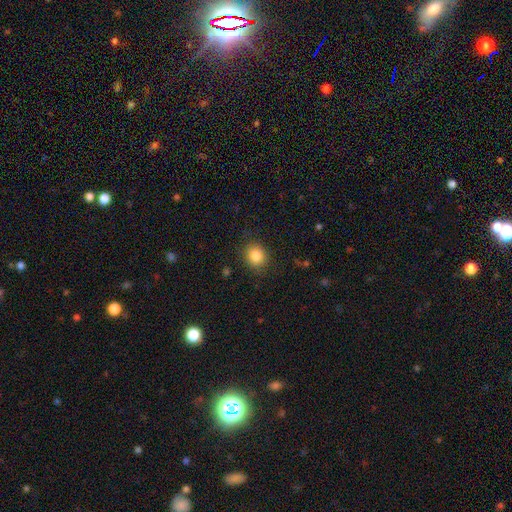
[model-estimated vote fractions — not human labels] Overall: smooth (85%). How rounded: round (74%). Merging: none (87%).